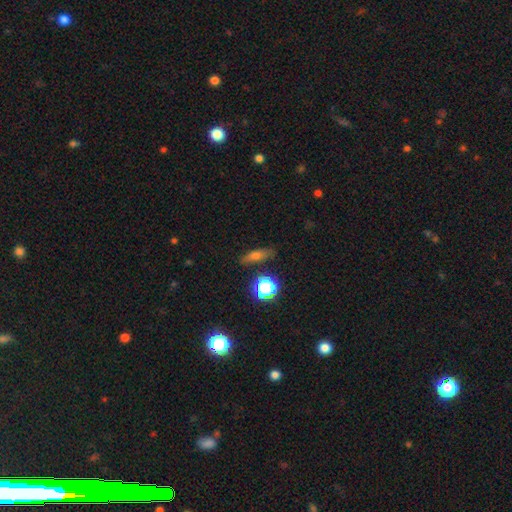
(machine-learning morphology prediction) A smooth galaxy with no disk features (61%) that is cigar-shaped (47%). Merging: none (83%).